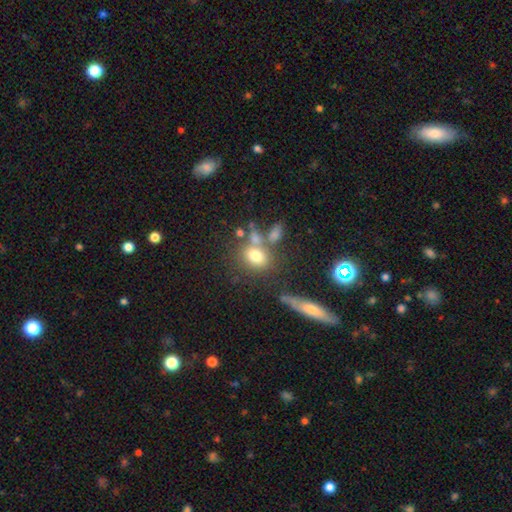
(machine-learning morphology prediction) type=smooth (73%); roundness=round (56%); merging=none (53%).